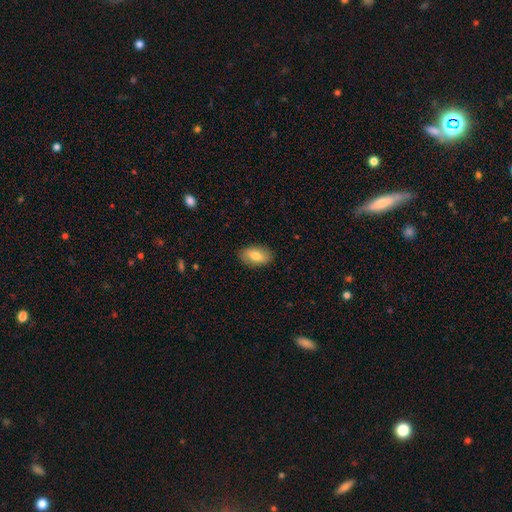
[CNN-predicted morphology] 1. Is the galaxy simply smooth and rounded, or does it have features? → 77% smooth, 16% featured or disk, 7% star or artifact.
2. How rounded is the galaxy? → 92% in between, 6% round, 2% cigar-shaped.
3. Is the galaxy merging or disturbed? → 87% none, 10% minor disturbance, 2% major disturbance, 1% merger.